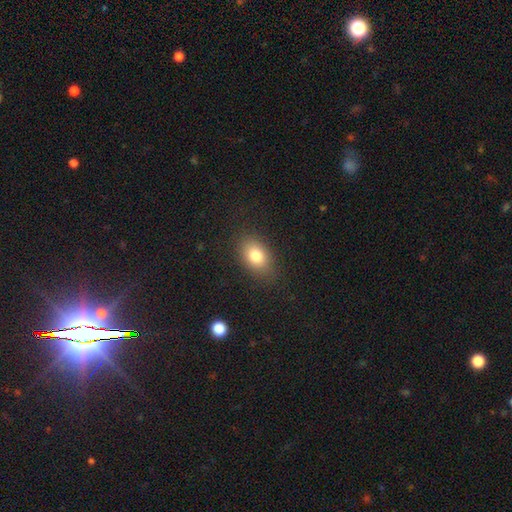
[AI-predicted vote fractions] smooth-or-featured: smooth: 80% | featured or disk: 11% | star or artifact: 10%
  how-rounded: in between: 77% | round: 22% | cigar-shaped: 1%
  merging: none: 84% | minor disturbance: 12% | major disturbance: 4% | merger: 1%